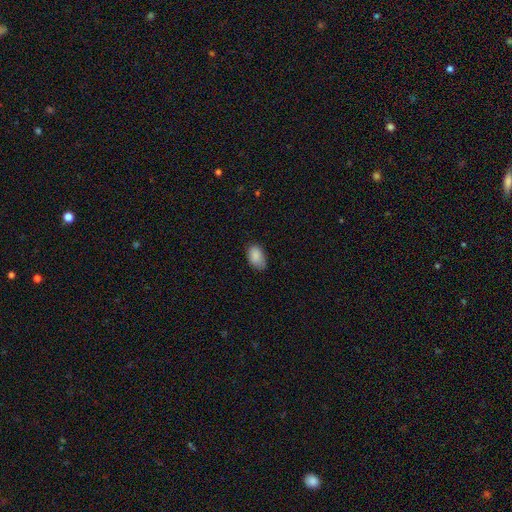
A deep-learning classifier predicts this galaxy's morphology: type=smooth (87%); roundness=in between (90%); merging=none (73%).